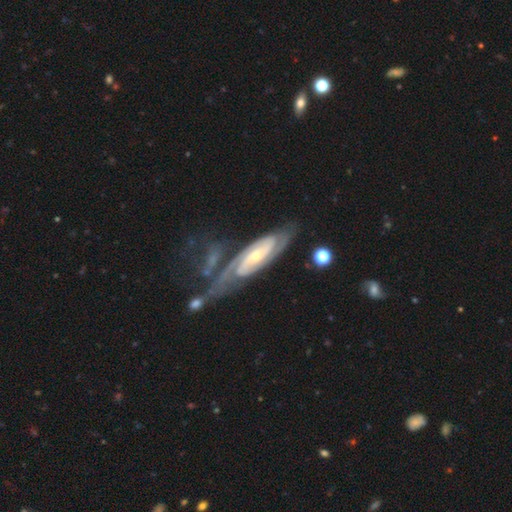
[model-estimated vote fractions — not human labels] This is clearly a featured or disk galaxy (87%). It is clearly not viewed edge-on (91%). Bar: possibly no (46%). Spiral arm pattern: clearly yes (97%). Spiral arm count: likely 2 (72%). Spiral winding: possibly tight (58%). Central bulge: likely small (64%). Merging: possibly none (56%).